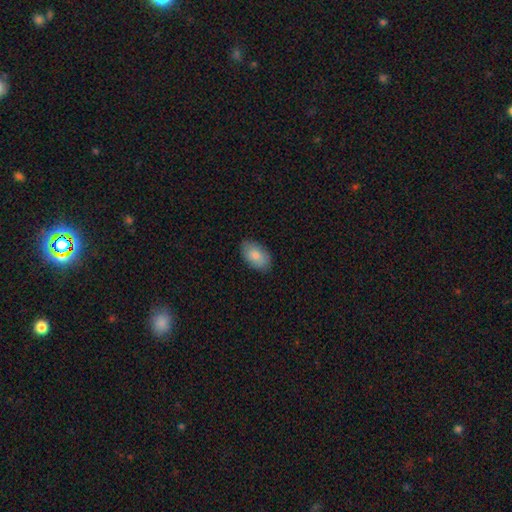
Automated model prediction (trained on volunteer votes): Smooth or featured?
  - smooth: 85% *
  - featured or disk: 8%
  - star or artifact: 6%
How rounded?
  - in between: 94% *
  - round: 5%
  - cigar-shaped: 1%
Merging?
  - none: 85% *
  - minor disturbance: 12%
  - major disturbance: 2%
  - merger: 1%